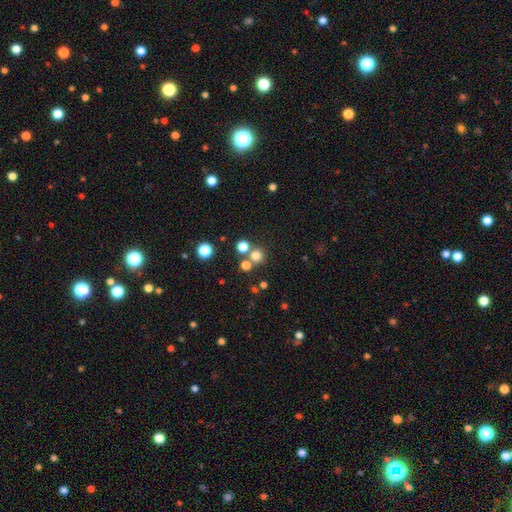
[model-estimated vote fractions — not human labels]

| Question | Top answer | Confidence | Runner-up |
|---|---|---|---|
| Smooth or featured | smooth | 73% | star or artifact (20%) |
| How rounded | round | 93% | in between (6%) |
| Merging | none | 72% | merger (19%) |